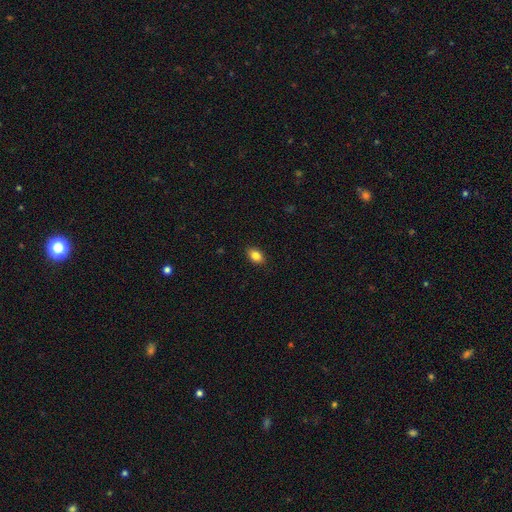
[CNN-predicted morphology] The model was most divided on "how rounded": in between: 84%, round: 14%, cigar-shaped: 1%. More confident: merging — none (89%); smooth or featured — smooth (85%).